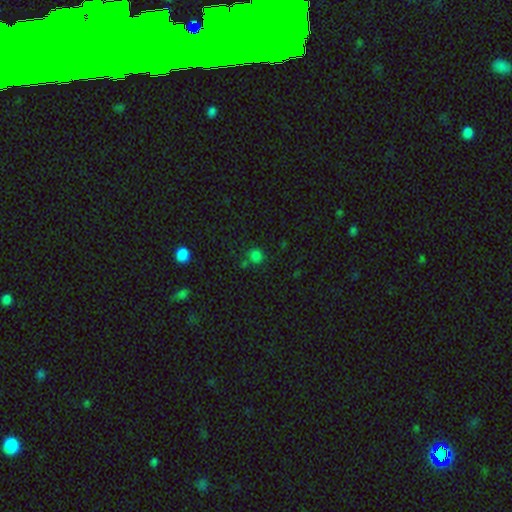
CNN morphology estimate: Overall: smooth (75%). How rounded: round (88%). Merging: none (74%).